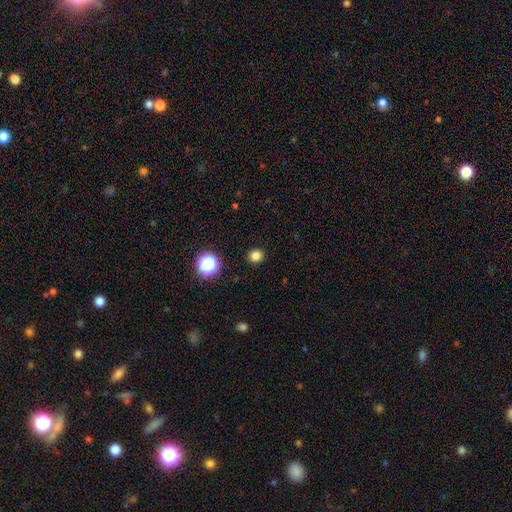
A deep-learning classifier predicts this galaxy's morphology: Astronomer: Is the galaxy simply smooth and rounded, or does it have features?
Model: smooth — 80%.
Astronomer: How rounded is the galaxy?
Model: round — 90%.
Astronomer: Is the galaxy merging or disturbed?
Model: none — 92%.